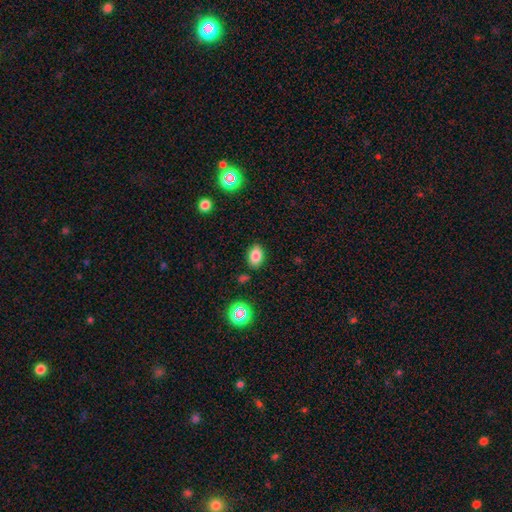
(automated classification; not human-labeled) Smooth or featured?
  - smooth: 81% *
  - star or artifact: 11%
  - featured or disk: 8%
How rounded?
  - in between: 84% *
  - round: 15%
  - cigar-shaped: 1%
Merging?
  - none: 84% *
  - minor disturbance: 10%
  - merger: 3%
  - major disturbance: 3%